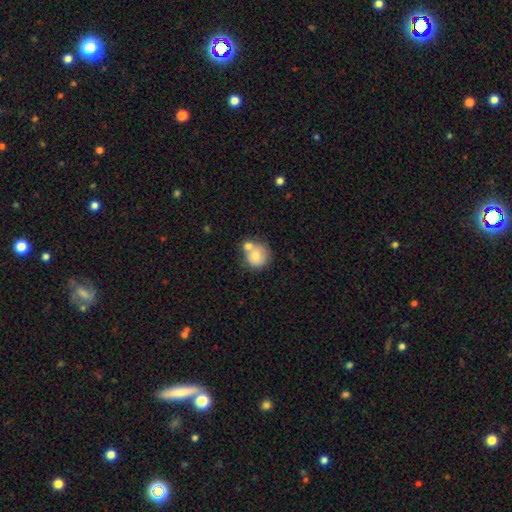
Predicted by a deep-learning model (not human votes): smooth-or-featured: smooth: 73% | featured or disk: 20% | star or artifact: 8%
  how-rounded: round: 86% | in between: 13% | cigar-shaped: 1%
  merging: none: 42% | merger: 40% | minor disturbance: 13% | major disturbance: 5%